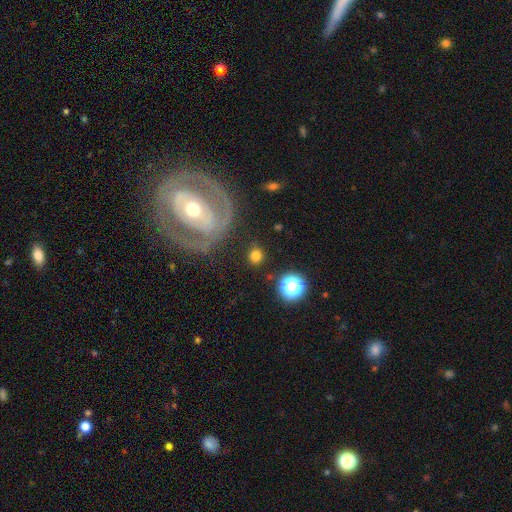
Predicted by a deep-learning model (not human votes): Smooth or featured: smooth — 75% (star or artifact — 13%)
How rounded: round — 83% (in between — 15%)
Merging: none — 83% (minor disturbance — 9%)